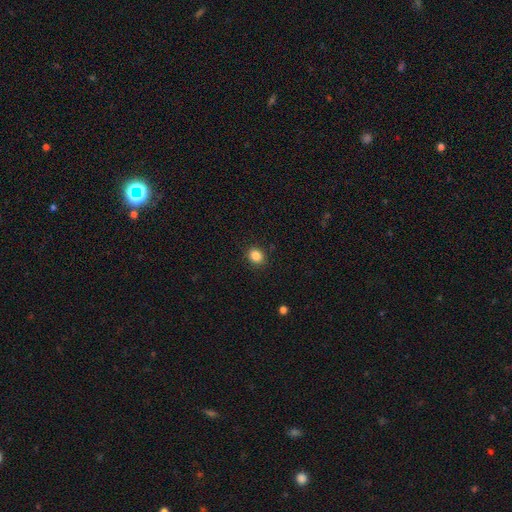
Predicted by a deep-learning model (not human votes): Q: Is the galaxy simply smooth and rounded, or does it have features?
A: smooth — 85%.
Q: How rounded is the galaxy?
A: round — 67%.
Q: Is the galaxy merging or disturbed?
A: none — 89%.